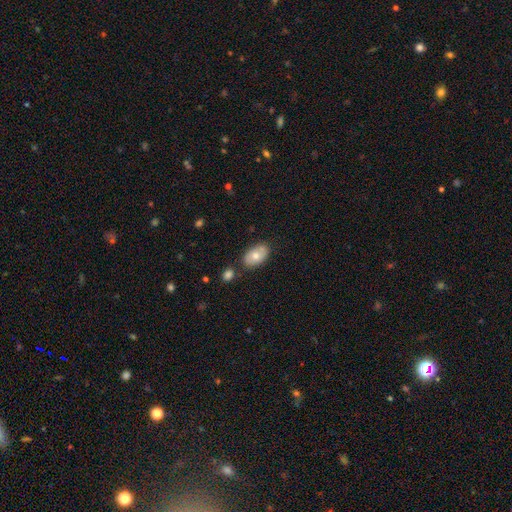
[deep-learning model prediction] This appears to be a smooth galaxy with no disk features (71%) that is in between round and cigar-shaped (91%). Merging: none (73%).